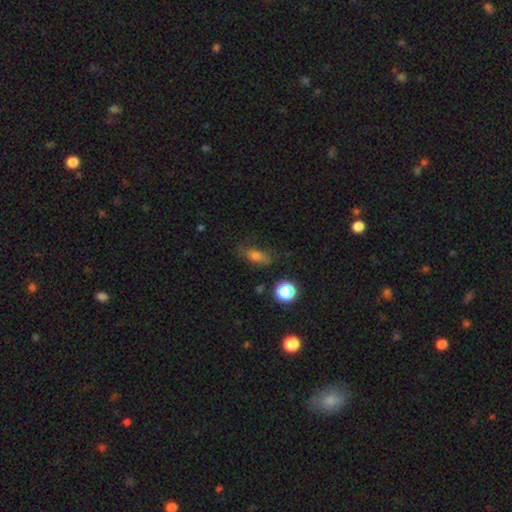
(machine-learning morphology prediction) Smooth or featured? Predicted: smooth (p=0.71). How rounded? Predicted: in between (p=0.70). Merging? Predicted: none (p=0.69).